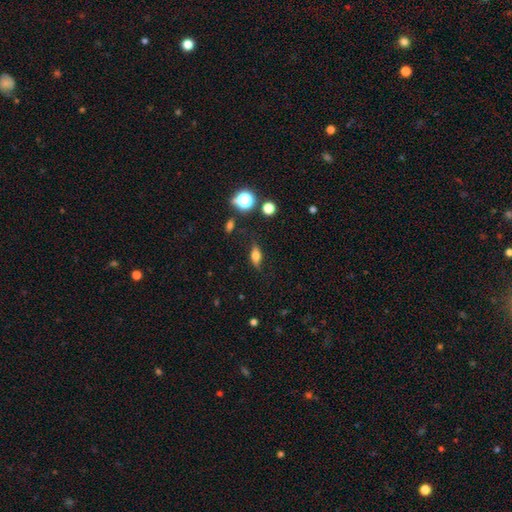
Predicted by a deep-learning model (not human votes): Smooth or featured?
  - smooth: 60% *
  - featured or disk: 28%
  - star or artifact: 12%
How rounded?
  - in between: 69% *
  - cigar-shaped: 20%
  - round: 11%
Merging?
  - none: 79% *
  - minor disturbance: 15%
  - major disturbance: 5%
  - merger: 2%